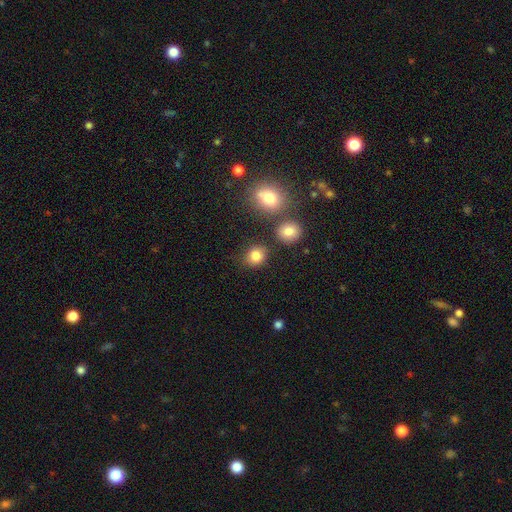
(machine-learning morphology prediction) Overall: smooth (83%). How rounded: round (70%). Merging: none (77%).